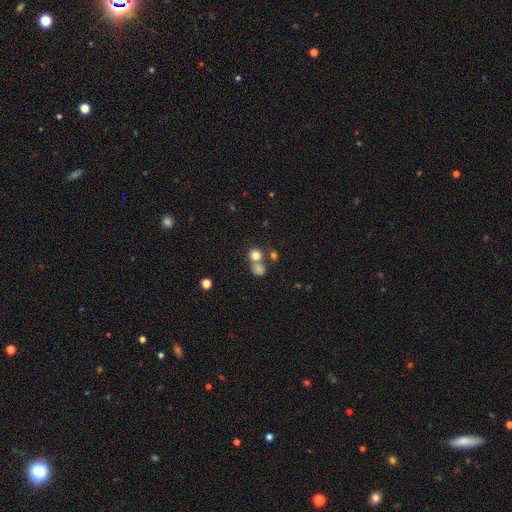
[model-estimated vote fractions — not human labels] Smooth or featured?
  - smooth: 78% *
  - star or artifact: 13%
  - featured or disk: 9%
How rounded?
  - round: 83% *
  - in between: 16%
  - cigar-shaped: 1%
Merging?
  - none: 49% *
  - merger: 37%
  - minor disturbance: 9%
  - major disturbance: 5%